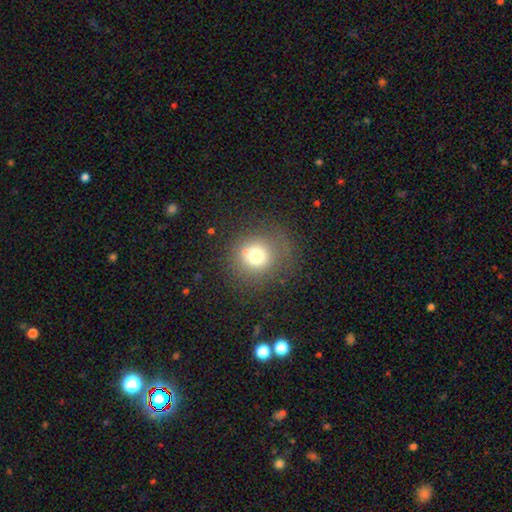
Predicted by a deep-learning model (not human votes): This appears to be a smooth galaxy with no disk features (70%) that is round (91%). Merging: none (74%).